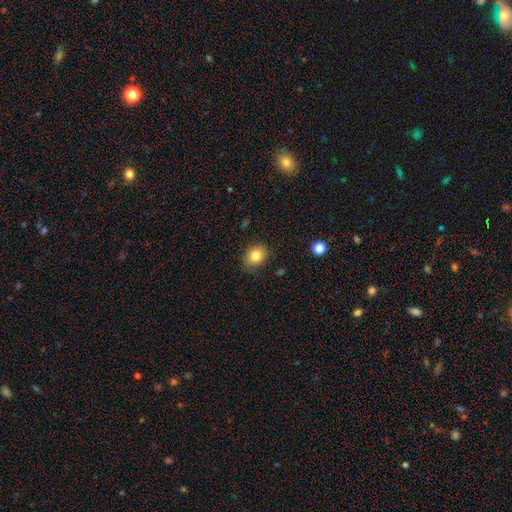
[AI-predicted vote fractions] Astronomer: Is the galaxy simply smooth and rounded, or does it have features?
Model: smooth — 83%.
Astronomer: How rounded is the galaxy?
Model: in between — 50% (runner-up: round, 49%).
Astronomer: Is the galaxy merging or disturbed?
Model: none — 83%.